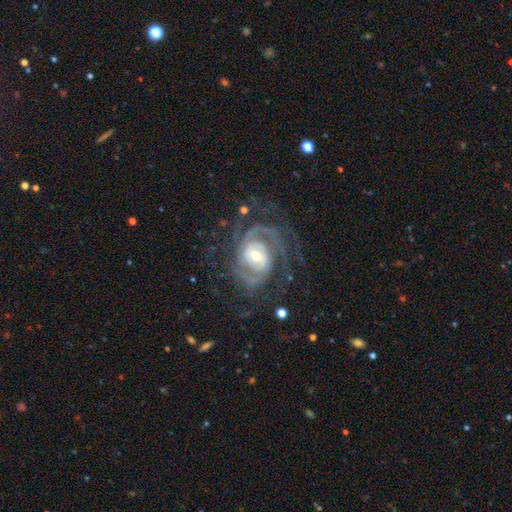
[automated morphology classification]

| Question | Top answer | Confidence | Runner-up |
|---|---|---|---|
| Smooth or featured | featured or disk | 91% | star or artifact (5%) |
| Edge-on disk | no | 97% | yes (3%) |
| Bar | no | 42% | weak (39%) |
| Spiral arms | yes | 98% | no (2%) |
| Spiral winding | tight | 51% | medium (40%) |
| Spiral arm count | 2 | 44% | 3 (24%) |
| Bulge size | moderate | 53% | small (40%) |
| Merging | none | 66% | minor disturbance (17%) |